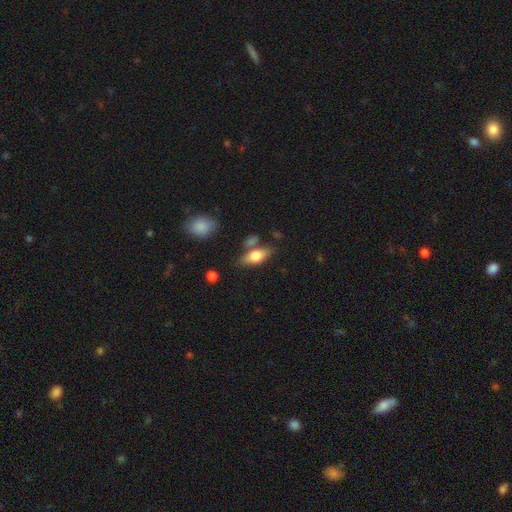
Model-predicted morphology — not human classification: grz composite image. It shows a smooth galaxy with no disk features (73%) that is in between round and cigar-shaped (80%). Merging: none (64%).